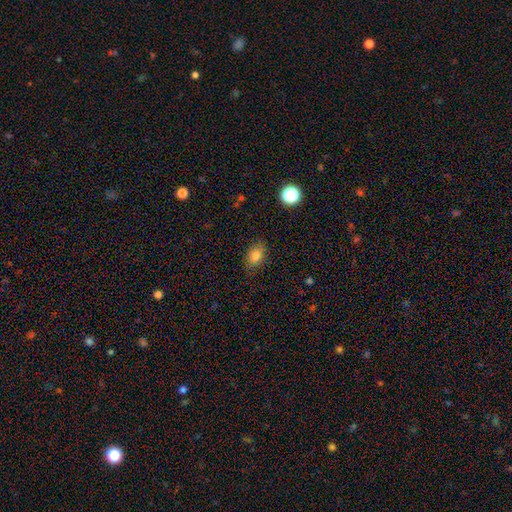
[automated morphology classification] A smooth galaxy with no disk features (81%) that is in between round and cigar-shaped (81%). Merging: none (79%).